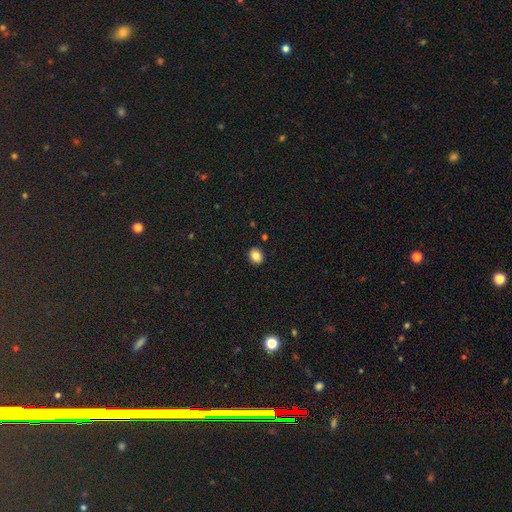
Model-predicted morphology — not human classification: type=smooth (83%); roundness=round (62%); merging=none (91%).